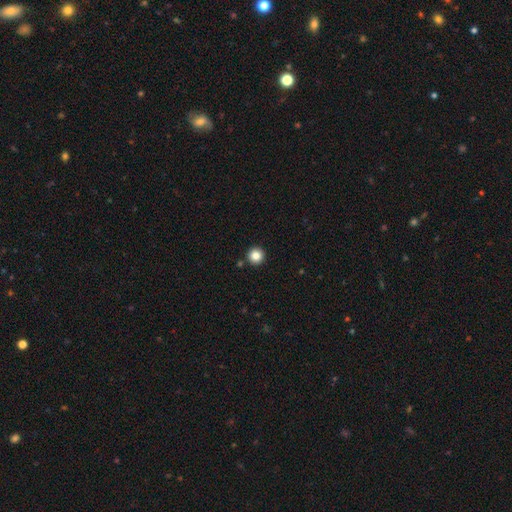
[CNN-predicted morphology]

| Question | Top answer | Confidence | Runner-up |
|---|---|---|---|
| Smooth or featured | smooth | 84% | star or artifact (11%) |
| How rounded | round | 96% | in between (3%) |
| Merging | none | 92% | minor disturbance (5%) |